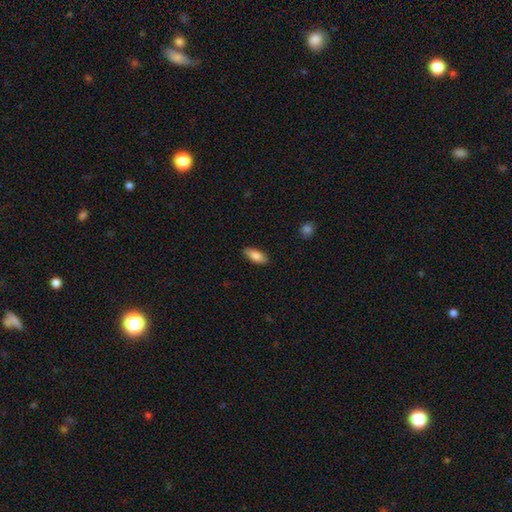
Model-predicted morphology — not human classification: smooth 82%, featured or disk 12%, star or artifact 6%. Down the decision tree: how rounded — in between (82%); merging — none (88%).